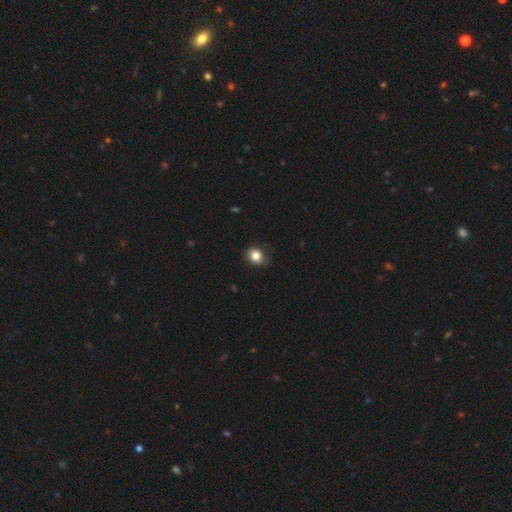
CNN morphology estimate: Smooth or featured: smooth — 84% (star or artifact — 10%)
How rounded: round — 67% (in between — 32%)
Merging: none — 78% (minor disturbance — 17%)